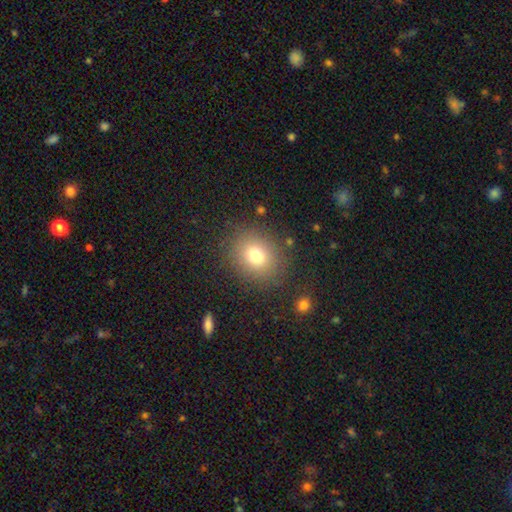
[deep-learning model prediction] Smooth or featured: smooth — 75% (star or artifact — 14%)
How rounded: round — 66% (in between — 34%)
Merging: none — 85% (minor disturbance — 9%)